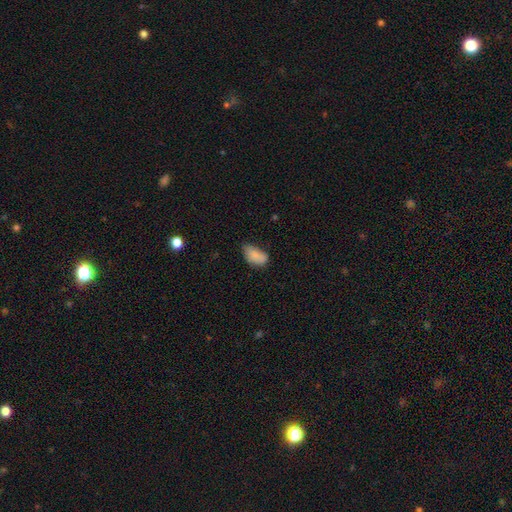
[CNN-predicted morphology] This is clearly a smooth galaxy (82%). How rounded: clearly in between (92%). Merging: possibly none (47%).